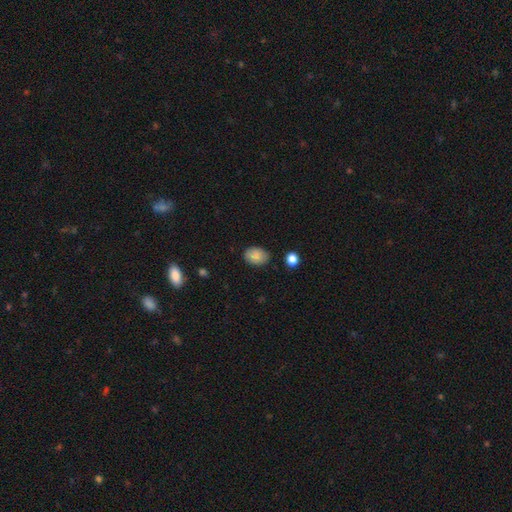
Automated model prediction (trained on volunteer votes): This appears to be a smooth galaxy with no disk features (87%) that is in between round and cigar-shaped (80%). Merging: none (83%).